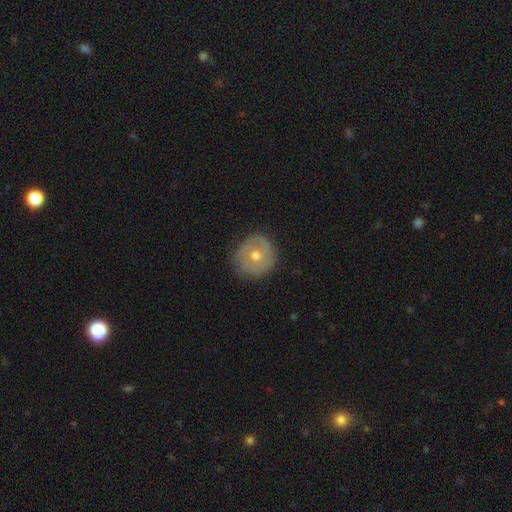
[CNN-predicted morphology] featured or disk 54%, smooth 38%, star or artifact 8%. Down the decision tree: edge-on disk — no (96%); bar — no (85%); spiral arms — yes (51%); bulge size — moderate (72%); merging — none (76%).